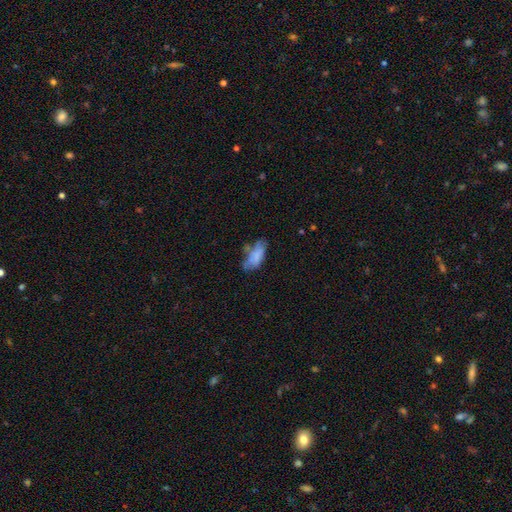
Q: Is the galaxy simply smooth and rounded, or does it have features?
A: smooth — 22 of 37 (59%).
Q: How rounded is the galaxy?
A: in between — 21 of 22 (95%).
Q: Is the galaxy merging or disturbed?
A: major disturbance — 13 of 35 (37%).